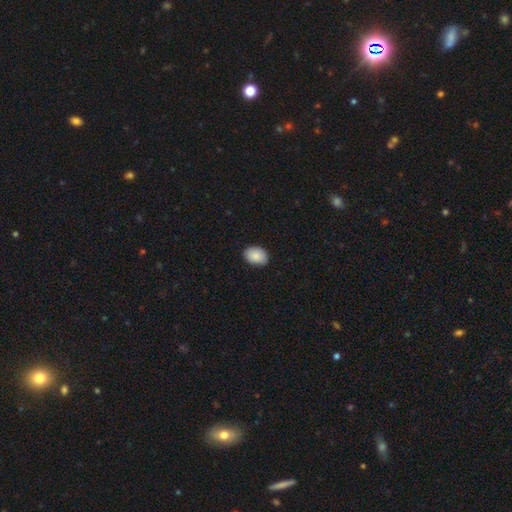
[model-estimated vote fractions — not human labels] This appears to be a smooth galaxy with no disk features (88%) that is in between round and cigar-shaped (81%). Merging: none (85%).